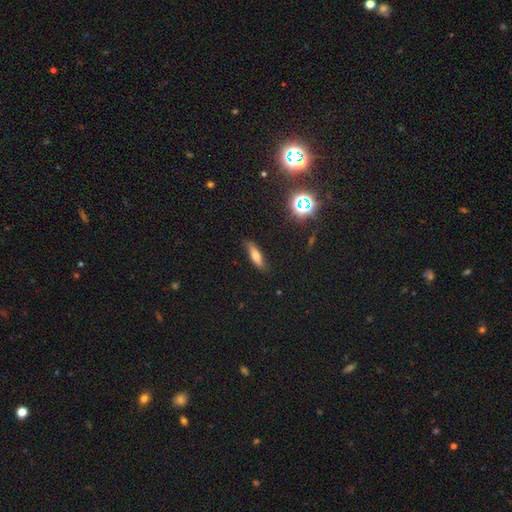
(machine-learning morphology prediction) This is likely a smooth galaxy (63%). How rounded: possibly cigar-shaped (57%). Merging: likely none (79%).